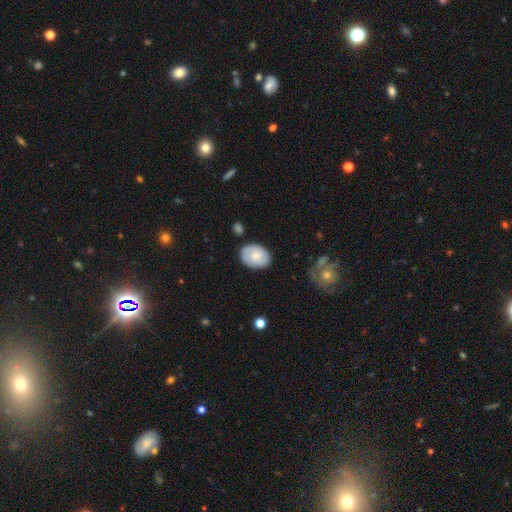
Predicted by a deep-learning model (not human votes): The model was most divided on "smooth or featured": smooth: 62%, featured or disk: 32%, star or artifact: 6%. More confident: merging — none (77%); how rounded — in between (75%).